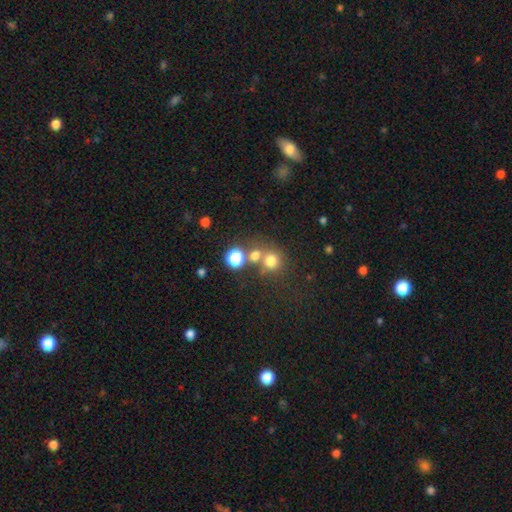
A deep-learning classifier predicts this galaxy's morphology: smooth-or-featured: smooth: 69% | star or artifact: 21% | featured or disk: 10%
  how-rounded: round: 87% | in between: 12% | cigar-shaped: 1%
  merging: none: 57% | merger: 30% | minor disturbance: 8% | major disturbance: 5%